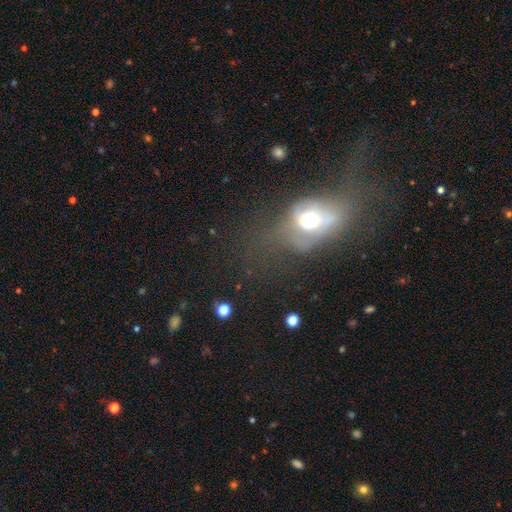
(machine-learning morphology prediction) A featured or disk galaxy (39%, tied with smooth). Merging: none (38%).